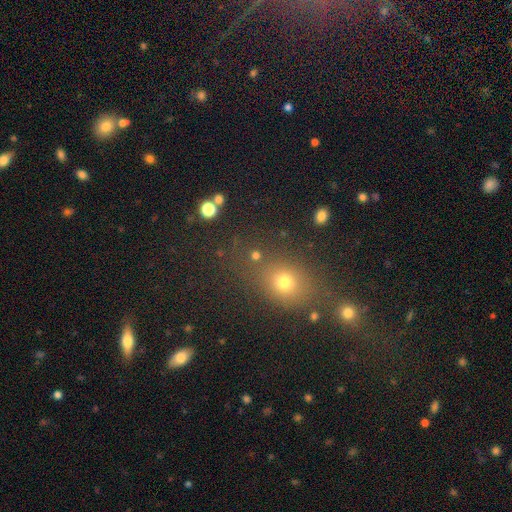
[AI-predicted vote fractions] smooth 68%, star or artifact 24%, featured or disk 8%. Down the decision tree: how rounded — round (84%); merging — none (74%).